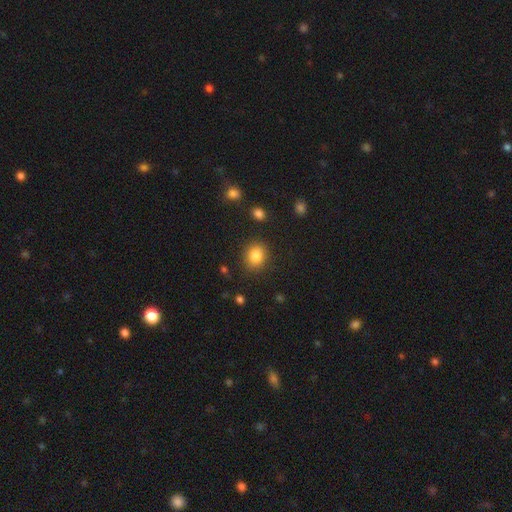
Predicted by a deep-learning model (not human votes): smooth 84%, star or artifact 10%, featured or disk 6%. Down the decision tree: how rounded — round (64%); merging — none (86%).